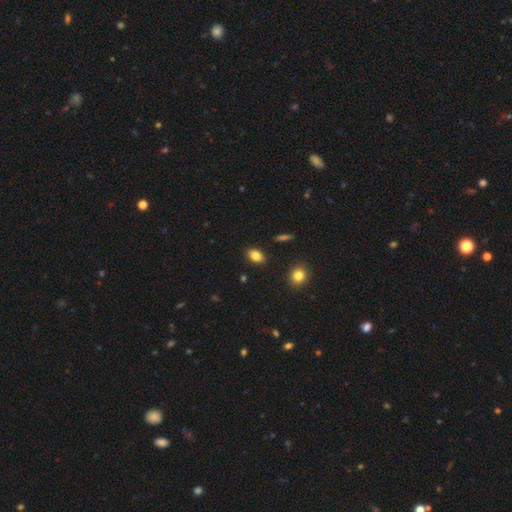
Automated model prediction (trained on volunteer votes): A smooth galaxy with no disk features (83%) that is in between round and cigar-shaped (82%).

Vote fractions:
- Smooth or featured? smooth: 83% / star or artifact: 10% / featured or disk: 7%
- How rounded? in between: 82% / round: 16% / cigar-shaped: 2%
- Merging? none: 88% / minor disturbance: 8% / major disturbance: 2% / merger: 2%